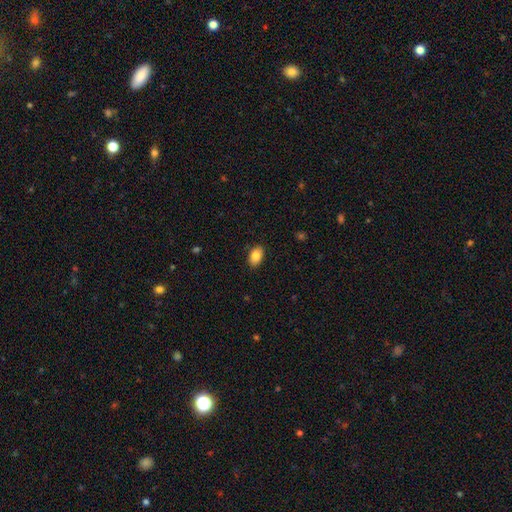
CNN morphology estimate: smooth 86%, star or artifact 7%, featured or disk 6%. Down the decision tree: how rounded — in between (88%); merging — none (88%).